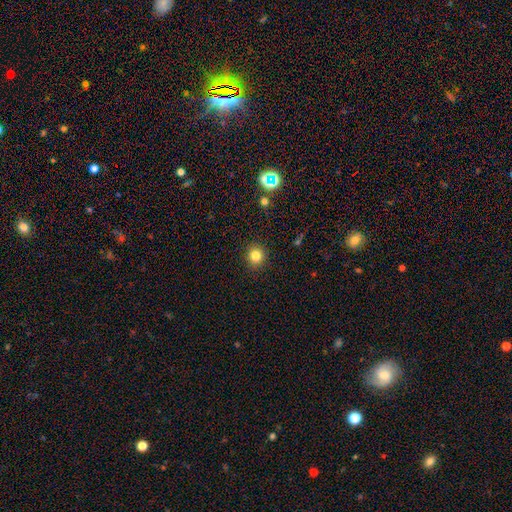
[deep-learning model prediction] Smooth or featured? Predicted: smooth (p=0.81). How rounded? Predicted: round (p=0.89). Merging? Predicted: none (p=0.92).